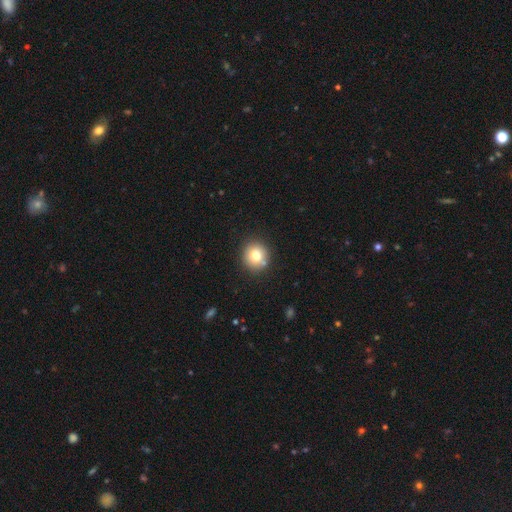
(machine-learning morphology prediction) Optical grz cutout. It shows a smooth galaxy with no disk features (77%) that is round (90%). Merging: none (84%).